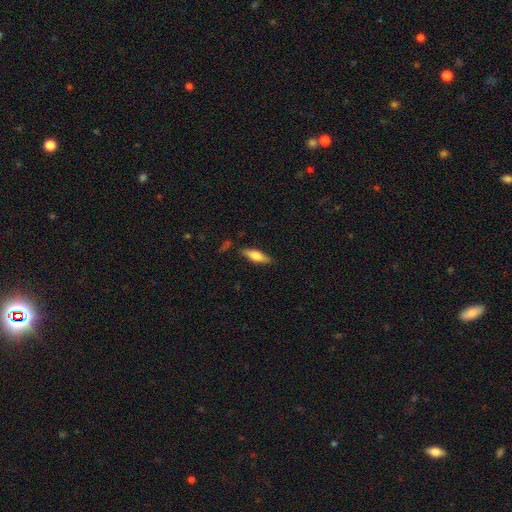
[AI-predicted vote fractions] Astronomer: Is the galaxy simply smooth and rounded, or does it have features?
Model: smooth — 56% (runner-up: featured or disk, 37%).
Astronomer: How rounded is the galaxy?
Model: cigar-shaped — 59% (runner-up: in between, 38%).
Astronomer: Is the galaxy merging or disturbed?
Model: none — 82%.